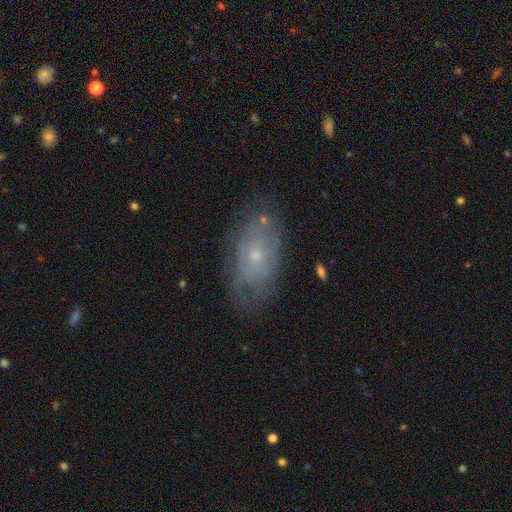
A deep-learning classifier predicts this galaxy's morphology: A featured or disk galaxy (57%) with no bar (86%), spiral arms (61%) and a small central bulge (75%). Merging: none (71%).